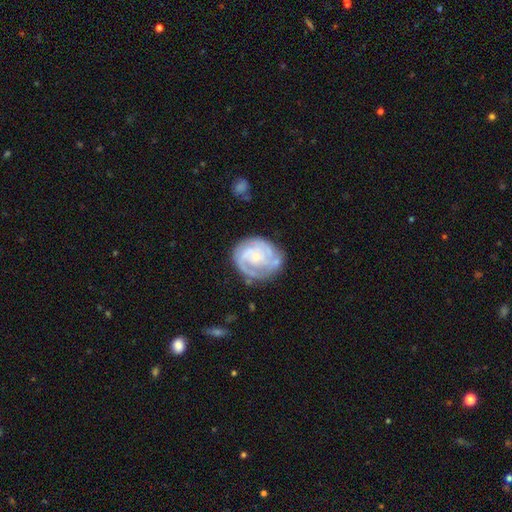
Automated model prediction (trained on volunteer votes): Smooth or featured?
  - featured or disk: 81% *
  - smooth: 14%
  - star or artifact: 5%
Edge-on disk?
  - no: 98% *
  - yes: 2%
Bar?
  - no: 73% *
  - weak: 22%
  - strong: 4%
Spiral arms?
  - yes: 92% *
  - no: 8%
Spiral winding?
  - tight: 63% *
  - medium: 30%
  - loose: 8%
Spiral arm count?
  - 2: 29% *
  - can't tell: 27%
  - 3: 27%
  - 4: 7%
  - 1: 6%
  - more than 4: 4%
Bulge size?
  - small: 70% *
  - moderate: 25%
  - none: 2%
  - large: 2%
  - dominant: 1%
Merging?
  - none: 66% *
  - minor disturbance: 21%
  - major disturbance: 9%
  - merger: 4%